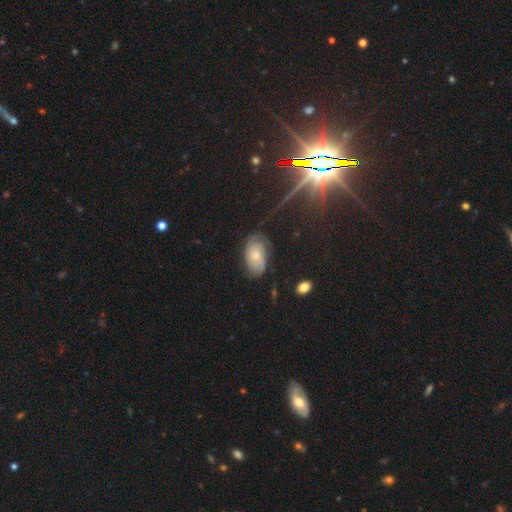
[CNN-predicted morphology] A featured or disk galaxy (66%) with no bar (77%), 2 (41%) tight (65%) spiral arms (92%) and a small central bulge (47%).

Vote fractions:
- Smooth or featured? featured or disk: 66% / smooth: 24% / star or artifact: 9%
- Edge-on disk? no: 96% / yes: 4%
- Bar? no: 77% / weak: 19% / strong: 3%
- Spiral arms? yes: 92% / no: 8%
- Spiral winding? tight: 65% / medium: 27% / loose: 8%
- Spiral arm count? 2: 41% / can't tell: 32% / 3: 14% / 4: 5% / 1: 5% / more than 4: 4%
- Bulge size? small: 47% / moderate: 45% / large: 4% / none: 3% / dominant: 1%
- Merging? none: 72% / minor disturbance: 20% / major disturbance: 6% / merger: 1%